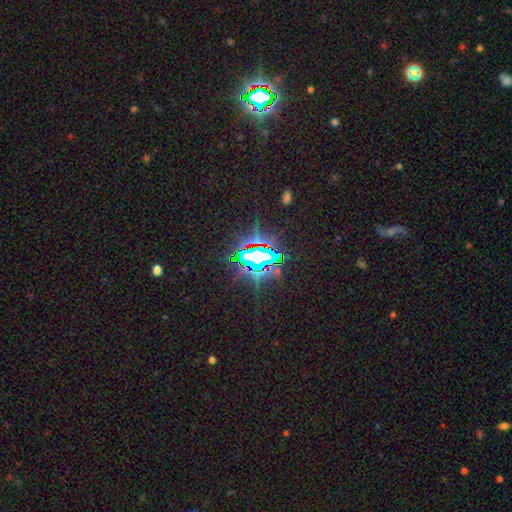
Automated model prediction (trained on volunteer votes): Overall: star or artifact (79%).